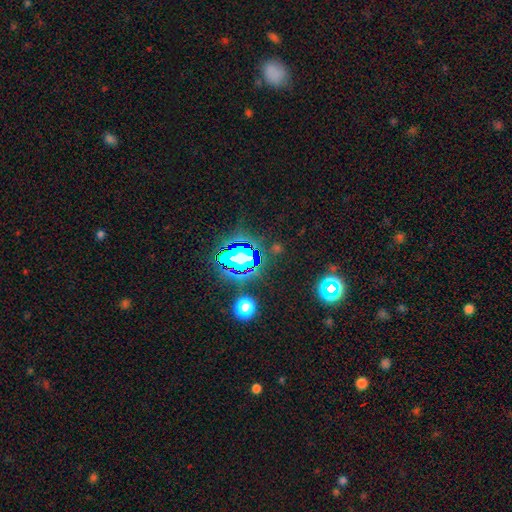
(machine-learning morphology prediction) Smooth or featured? Predicted: star or artifact (p=0.80).